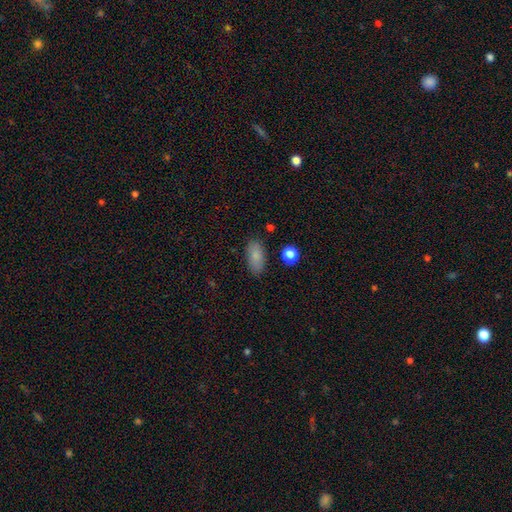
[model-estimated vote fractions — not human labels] Smooth or featured? Predicted: smooth (p=0.84). How rounded? Predicted: in between (p=0.90). Merging? Predicted: none (p=0.83).